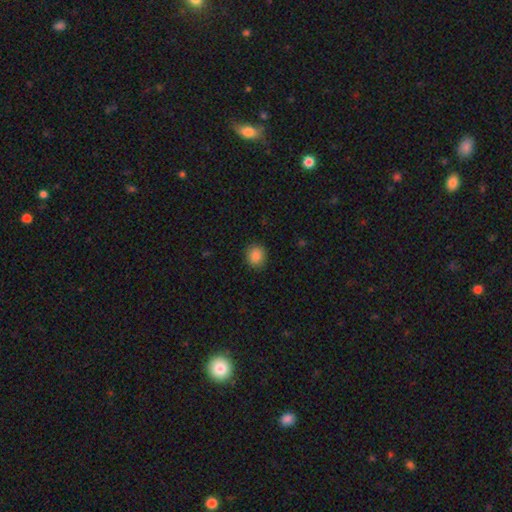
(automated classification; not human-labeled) Morphology: type=smooth (86%); roundness=round (80%); merging=none (90%).